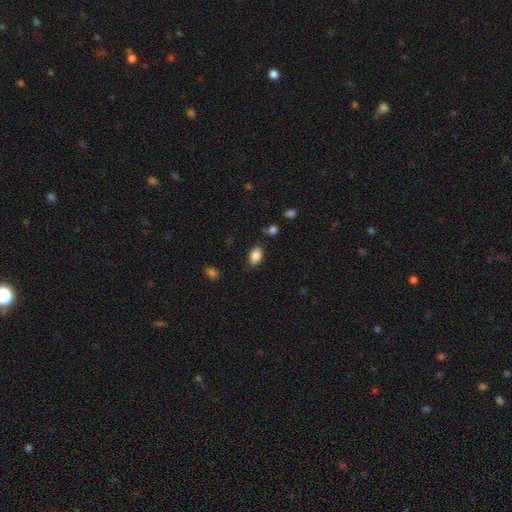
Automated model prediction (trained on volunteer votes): Overall: smooth (87%). How rounded: in between (84%). Merging: none (80%).